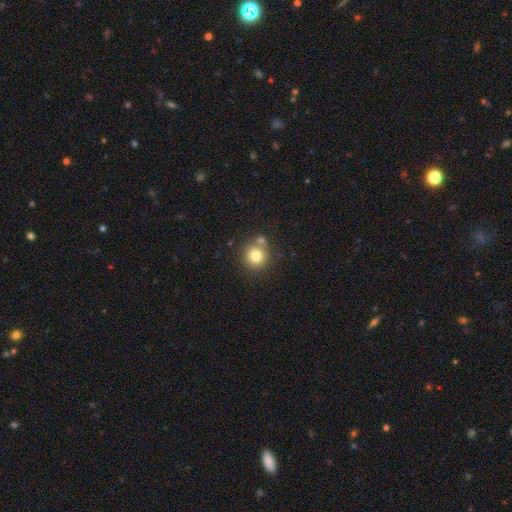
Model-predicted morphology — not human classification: smooth_or_featured: smooth (p=0.79) [alt: star or artifact p=0.11]
how_rounded: round (p=0.90) [alt: in between p=0.09]
merging: none (p=0.65) [alt: merger p=0.21]